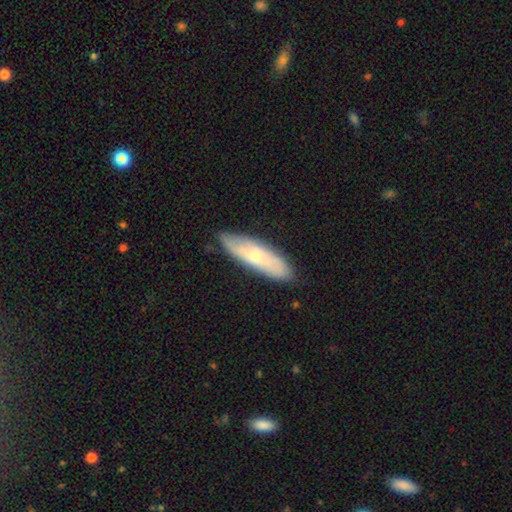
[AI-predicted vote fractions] Overall: smooth (52%; featured or disk 42%). How rounded: cigar-shaped (56%; in between 42%). Merging: none (82%).